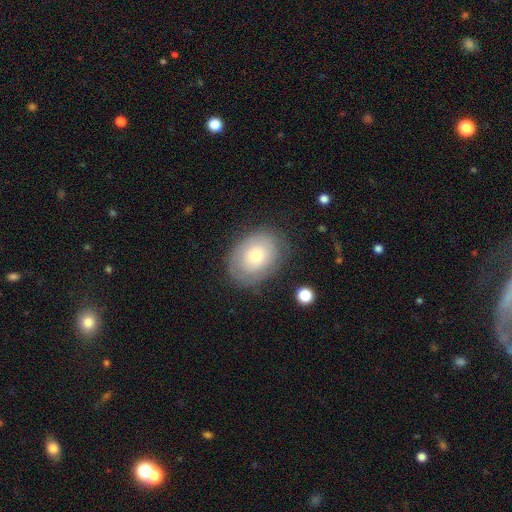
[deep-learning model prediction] Overall: smooth (60%; featured or disk 32%). How rounded: in between (69%; round 30%). Merging: none (75%).